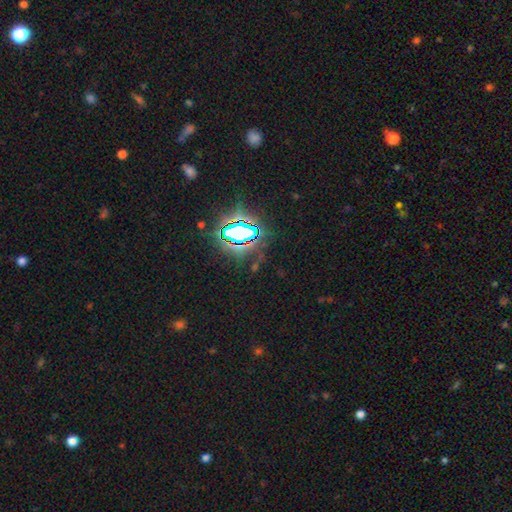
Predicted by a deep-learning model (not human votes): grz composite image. It shows a star or artifact, not a galaxy (81%).